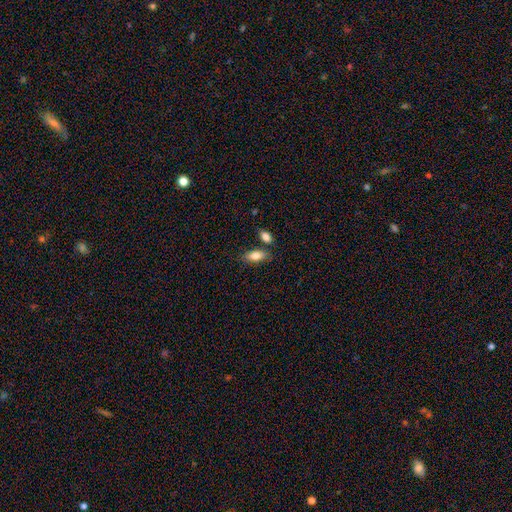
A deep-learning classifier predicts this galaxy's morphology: smooth-or-featured: smooth: 81% | featured or disk: 12% | star or artifact: 7%
  how-rounded: in between: 83% | cigar-shaped: 14% | round: 3%
  merging: none: 73% | minor disturbance: 13% | merger: 11% | major disturbance: 3%